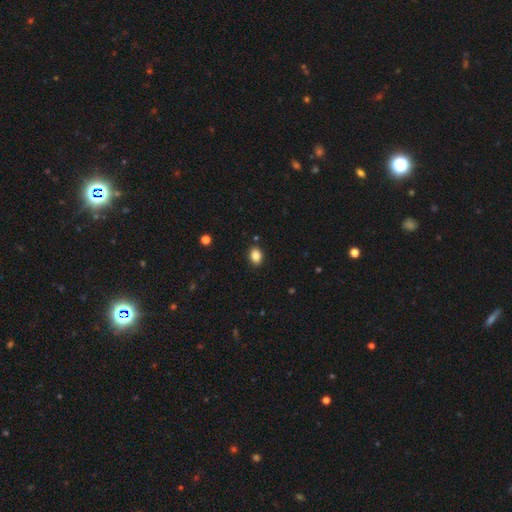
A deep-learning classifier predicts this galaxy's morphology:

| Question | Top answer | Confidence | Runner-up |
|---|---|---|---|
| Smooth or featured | smooth | 85% | star or artifact (10%) |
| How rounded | in between | 70% | round (29%) |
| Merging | none | 88% | minor disturbance (8%) |